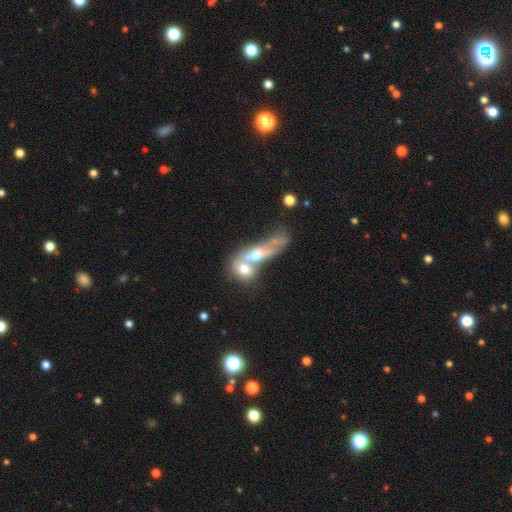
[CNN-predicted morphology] The model was most divided on "smooth or featured": featured or disk: 47%, smooth: 42%, star or artifact: 11%. More confident: merging — merger (72%).